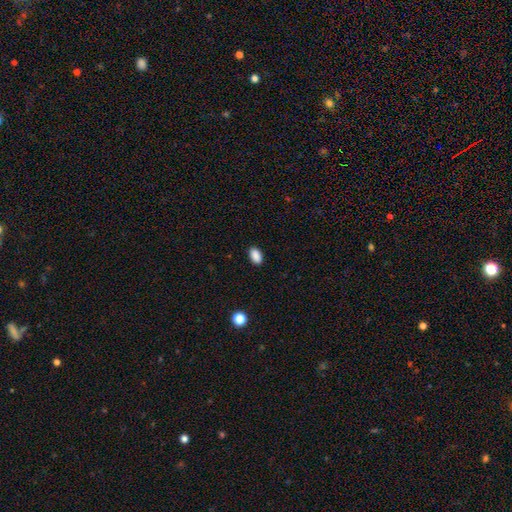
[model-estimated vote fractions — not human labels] Morphology: type=smooth (89%); roundness=in between (91%); merging=none (89%).